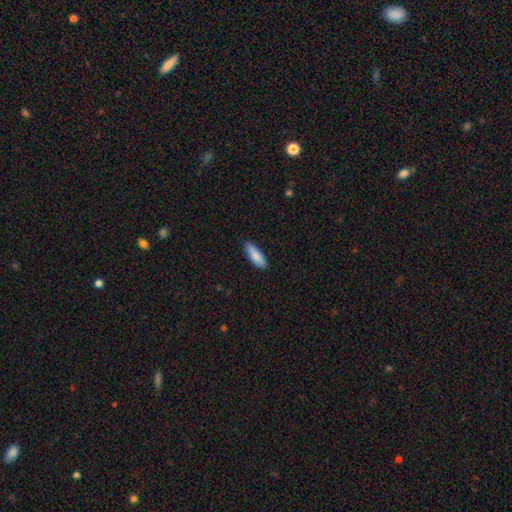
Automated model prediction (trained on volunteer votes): smooth_or_featured: smooth (p=0.86) [alt: featured or disk p=0.09]
how_rounded: cigar-shaped (p=0.51) [alt: in between p=0.48]
merging: none (p=0.87) [alt: minor disturbance p=0.10]